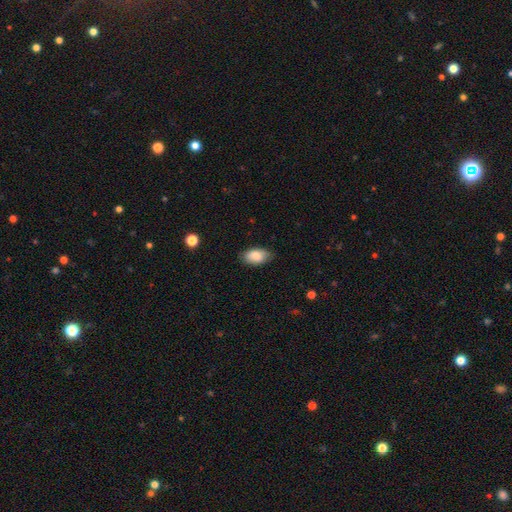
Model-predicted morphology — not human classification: smooth 84%, featured or disk 9%, star or artifact 7%. Down the decision tree: how rounded — in between (93%); merging — none (80%).